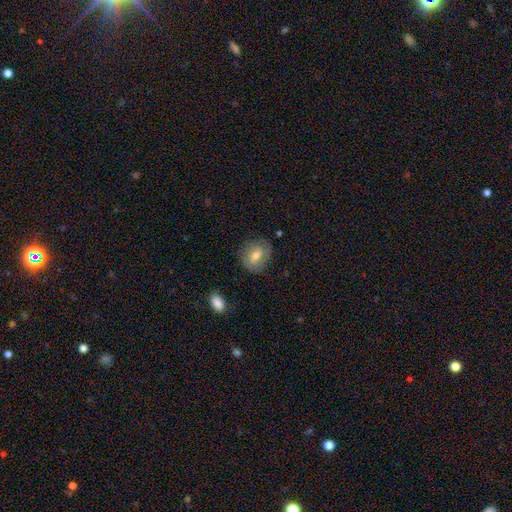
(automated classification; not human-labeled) Overall: smooth (48%; featured or disk 44%). Merging: none (78%).